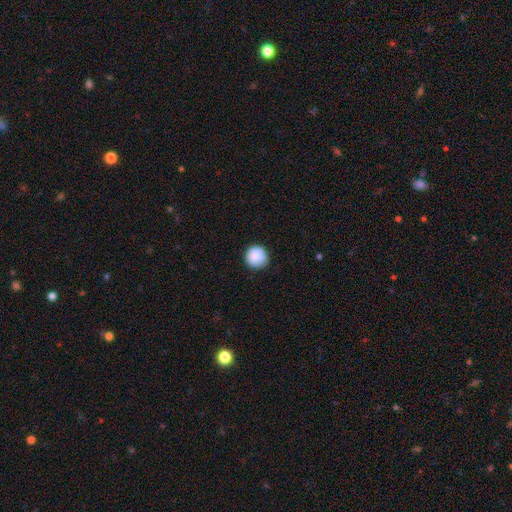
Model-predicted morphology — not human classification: smooth-or-featured: smooth: 88% | star or artifact: 8% | featured or disk: 4%
  how-rounded: round: 95% | in between: 4% | cigar-shaped: 1%
  merging: none: 87% | minor disturbance: 10% | major disturbance: 2% | merger: 1%